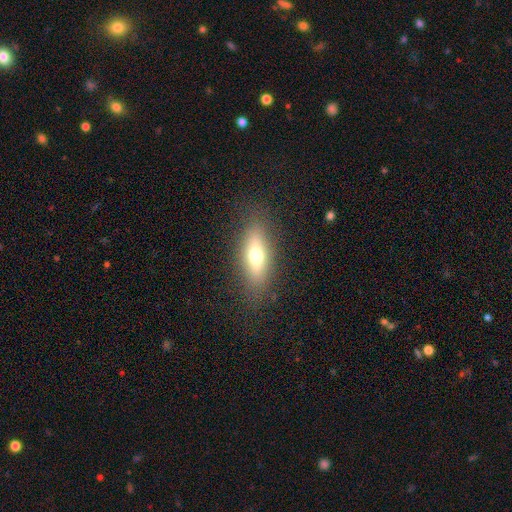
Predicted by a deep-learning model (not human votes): Smooth or featured?
  - smooth: 59% *
  - featured or disk: 33%
  - star or artifact: 8%
How rounded?
  - in between: 56% *
  - cigar-shaped: 40%
  - round: 4%
Merging?
  - none: 85% *
  - minor disturbance: 10%
  - major disturbance: 4%
  - merger: 1%